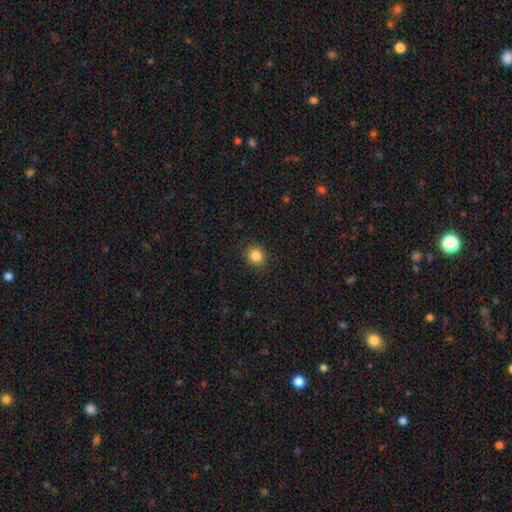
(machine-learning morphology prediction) A smooth galaxy with no disk features (86%) that is round (82%). Merging: none (91%).